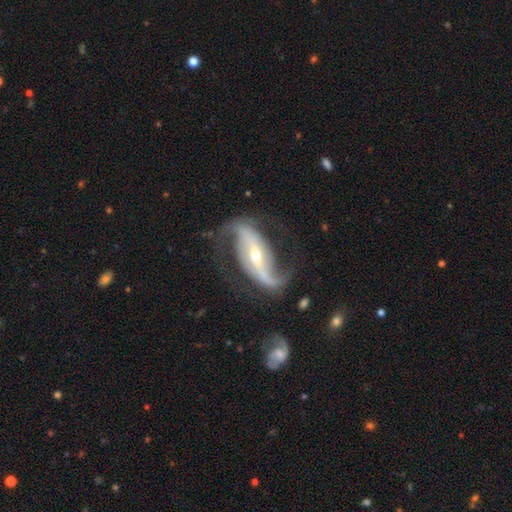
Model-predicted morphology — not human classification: Smooth or featured? Predicted: featured or disk (p=0.89). Edge-on disk? Predicted: no (p=0.94). Bar? Predicted: strong (p=0.55). Spiral arms? Predicted: yes (p=0.97). Spiral winding? Predicted: loose (p=0.66). Spiral arm count? Predicted: 2 (p=0.91). Bulge size? Predicted: moderate (p=0.51). Merging? Predicted: none (p=0.66).